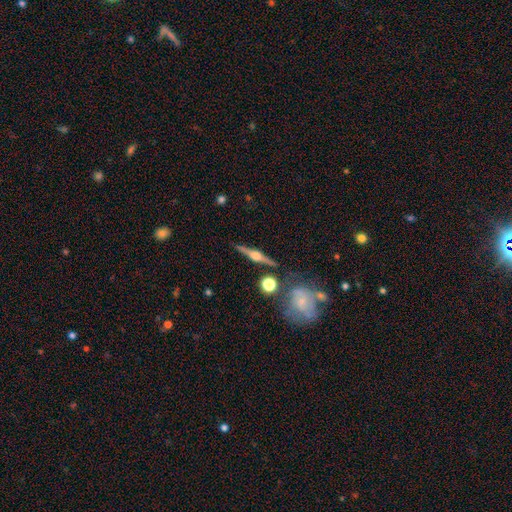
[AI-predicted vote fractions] The model was most divided on "smooth or featured": featured or disk: 82%, smooth: 11%, star or artifact: 6%. More confident: edge-on disk — yes (97%); edge-on bulge — rounded (94%); merging — none (87%).